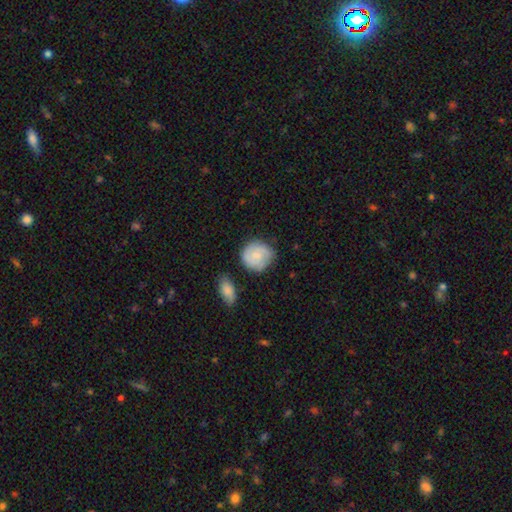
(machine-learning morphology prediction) type=smooth (64%); roundness=round (86%); merging=none (71%).